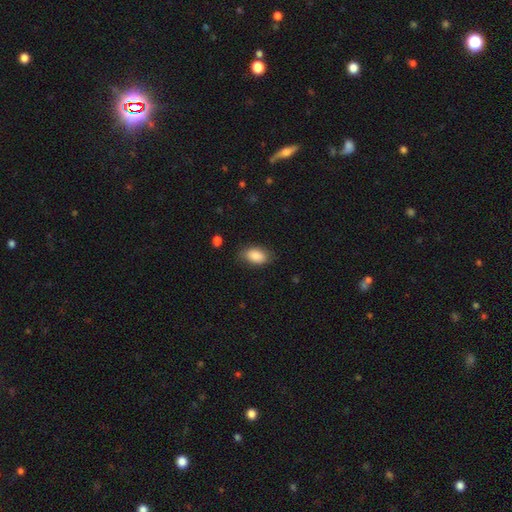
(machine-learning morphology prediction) Overall: smooth (87%). How rounded: in between (90%). Merging: none (77%).